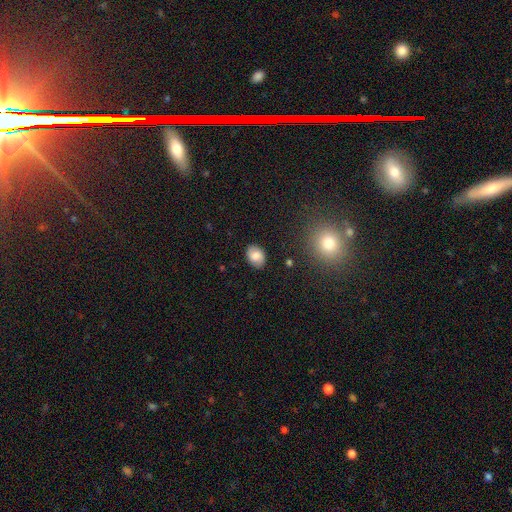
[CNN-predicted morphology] Smooth or featured?
  - smooth: 80% *
  - featured or disk: 12%
  - star or artifact: 8%
How rounded?
  - in between: 76% *
  - round: 23%
  - cigar-shaped: 1%
Merging?
  - none: 87% *
  - minor disturbance: 10%
  - major disturbance: 2%
  - merger: 1%